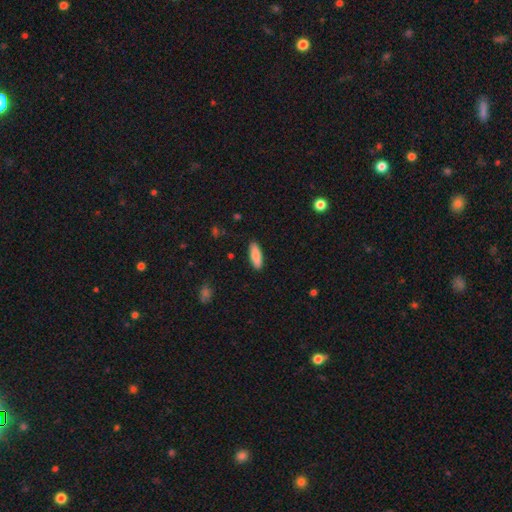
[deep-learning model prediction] A smooth galaxy with no disk features (85%) that is in between round and cigar-shaped (60%).

Vote fractions:
- Smooth or featured? smooth: 85% / featured or disk: 9% / star or artifact: 6%
- How rounded? in between: 60% / cigar-shaped: 38% / round: 2%
- Merging? none: 88% / minor disturbance: 9% / major disturbance: 2% / merger: 1%